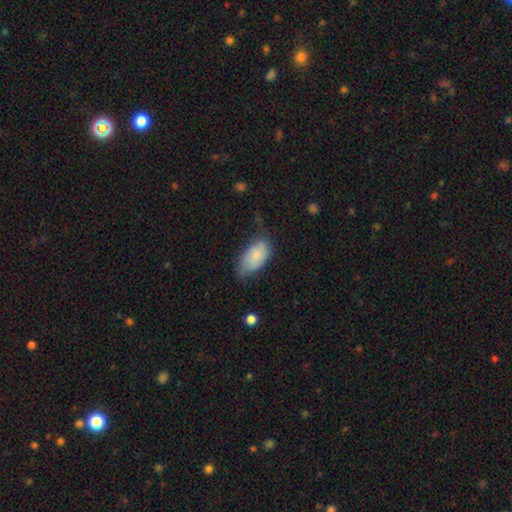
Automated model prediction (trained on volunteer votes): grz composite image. It shows a smooth galaxy with no disk features (76%) that is in between round and cigar-shaped (94%). Merging: none (46%).